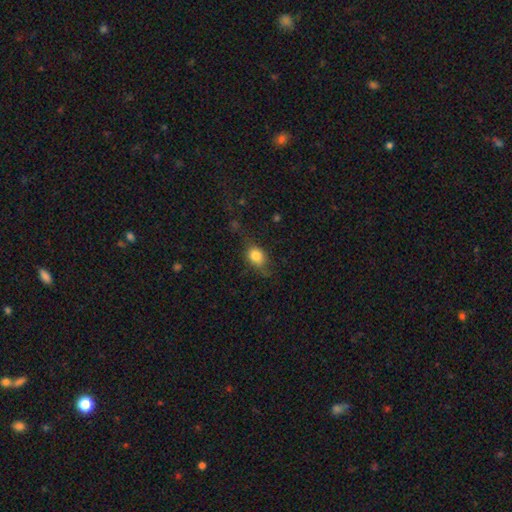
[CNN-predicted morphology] Smooth or featured? Predicted: smooth (p=0.77). How rounded? Predicted: in between (p=0.56). Merging? Predicted: none (p=0.56).